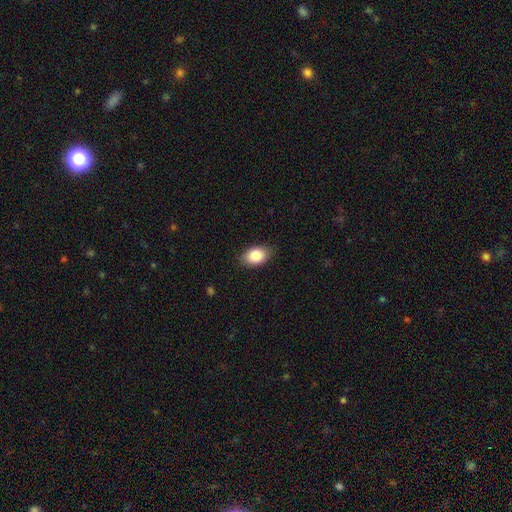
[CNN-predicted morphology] A smooth galaxy with no disk features (85%) that is in between round and cigar-shaped (85%).

Vote fractions:
- Smooth or featured? smooth: 85% / star or artifact: 7% / featured or disk: 7%
- How rounded? in between: 85% / round: 13% / cigar-shaped: 1%
- Merging? none: 84% / minor disturbance: 13% / major disturbance: 3% / merger: 1%